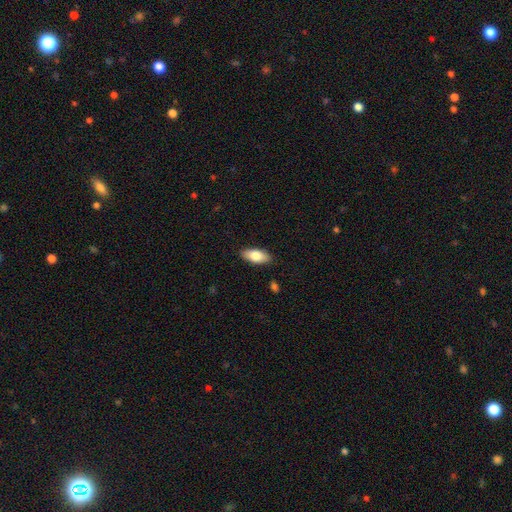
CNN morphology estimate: A smooth galaxy with no disk features (77%) that is in between round and cigar-shaped (87%).

Vote fractions:
- Smooth or featured? smooth: 77% / featured or disk: 17% / star or artifact: 6%
- How rounded? in between: 87% / cigar-shaped: 11% / round: 3%
- Merging? none: 88% / minor disturbance: 9% / major disturbance: 2% / merger: 1%